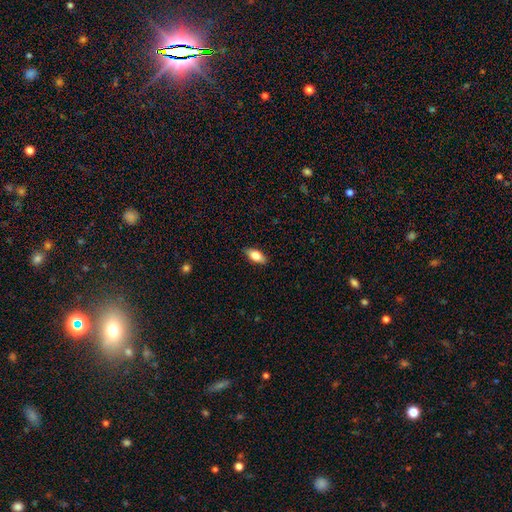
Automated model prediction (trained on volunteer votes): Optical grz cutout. It shows a smooth galaxy with no disk features (76%) that is in between round and cigar-shaped (87%). Merging: none (88%).